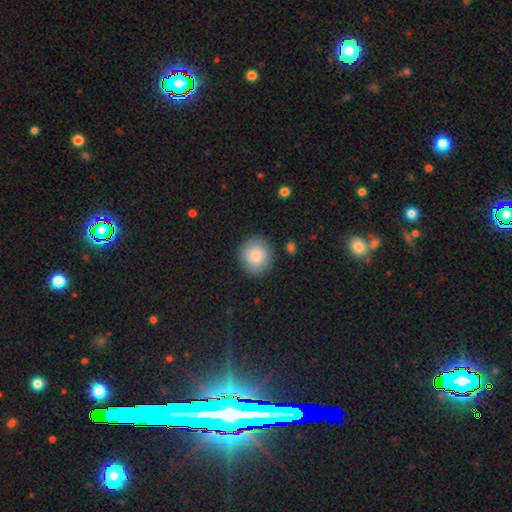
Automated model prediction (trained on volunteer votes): This appears to be a smooth galaxy with no disk features (86%) that is round (85%). Merging: none (87%).